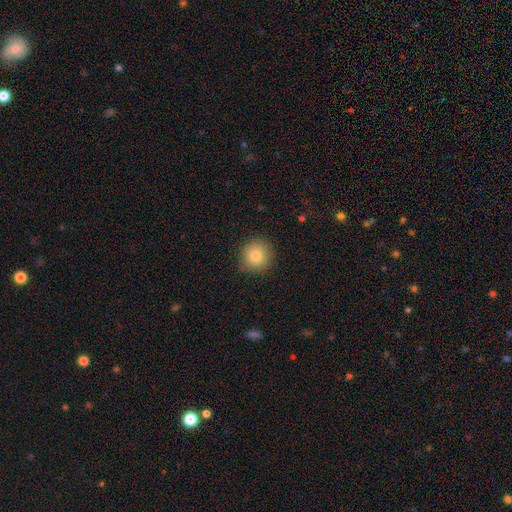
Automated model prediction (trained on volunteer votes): The model was most divided on "smooth or featured": smooth: 82%, star or artifact: 10%, featured or disk: 8%. More confident: how rounded — round (93%); merging — none (89%).